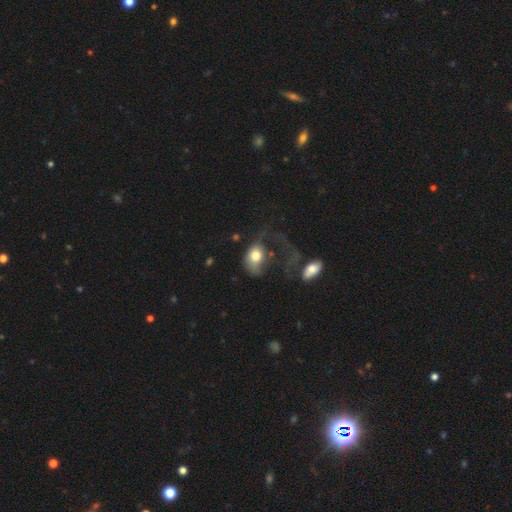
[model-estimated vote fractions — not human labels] Smooth or featured?
  - smooth: 67% *
  - featured or disk: 25%
  - star or artifact: 8%
How rounded?
  - in between: 70% *
  - round: 29%
  - cigar-shaped: 2%
Merging?
  - major disturbance: 62% *
  - none: 15%
  - minor disturbance: 13%
  - merger: 10%